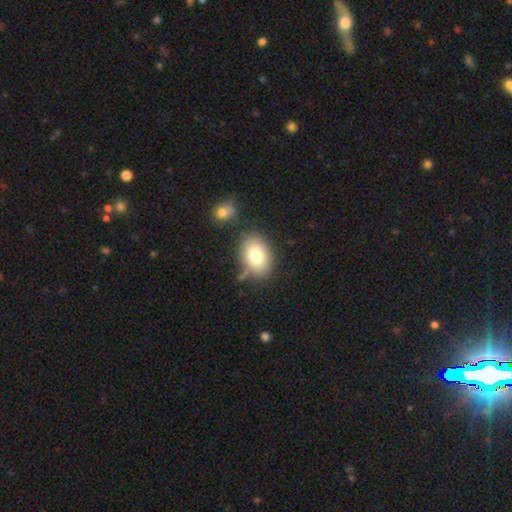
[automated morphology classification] This is likely a smooth galaxy (79%). How rounded: likely in between (80%). Merging: likely none (74%).